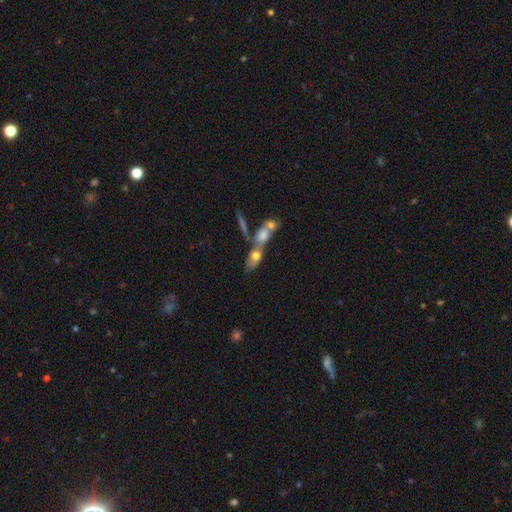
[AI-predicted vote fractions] The model was most divided on "smooth or featured": smooth: 57%, featured or disk: 33%, star or artifact: 10%. More confident: how rounded — in between (66%); merging — merger (60%).